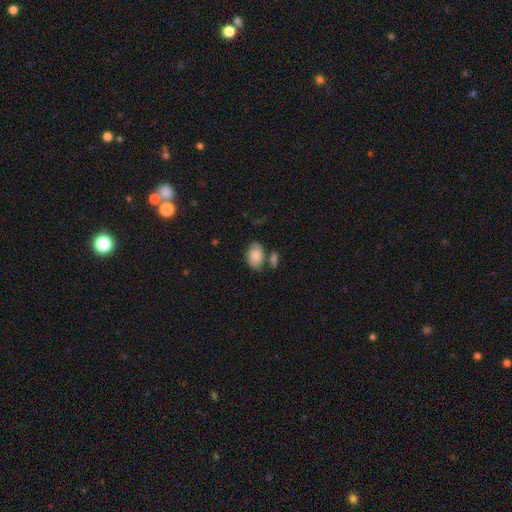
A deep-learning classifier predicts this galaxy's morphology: This appears to be a smooth galaxy with no disk features (81%) that is in between round and cigar-shaped (85%). Merging: none (56%).